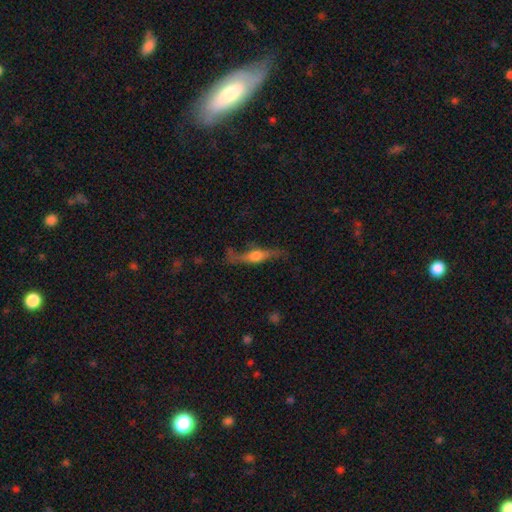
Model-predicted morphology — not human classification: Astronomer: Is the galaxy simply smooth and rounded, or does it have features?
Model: featured or disk — 62%.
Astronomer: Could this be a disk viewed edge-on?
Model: yes — 86%.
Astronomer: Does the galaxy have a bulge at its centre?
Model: rounded — 88%.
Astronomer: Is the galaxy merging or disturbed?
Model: none — 65%.